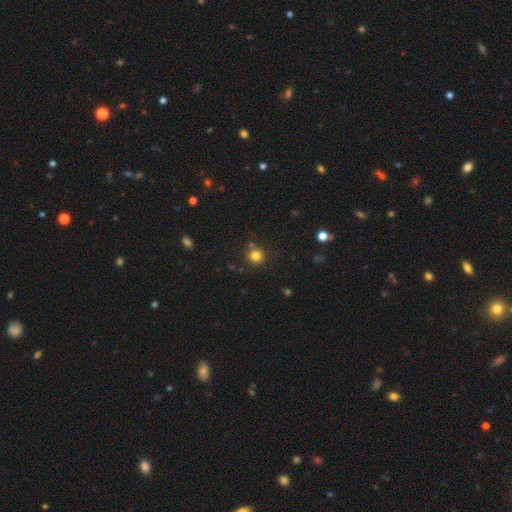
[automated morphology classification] Smooth or featured?
  - smooth: 80% *
  - star or artifact: 15%
  - featured or disk: 5%
How rounded?
  - round: 92% *
  - in between: 7%
  - cigar-shaped: 1%
Merging?
  - none: 82% *
  - minor disturbance: 8%
  - merger: 7%
  - major disturbance: 3%